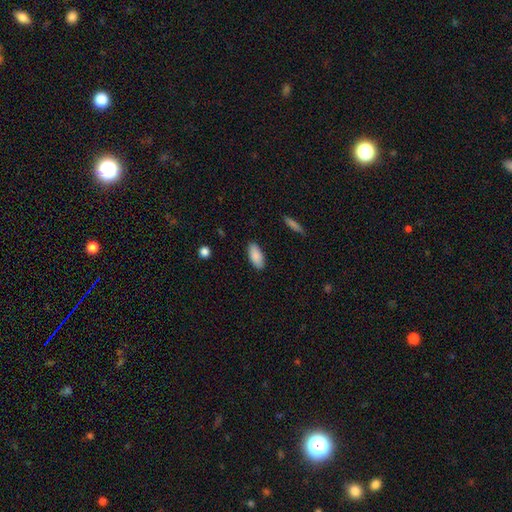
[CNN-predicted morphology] type=smooth (89%); roundness=in between (89%); merging=none (88%).